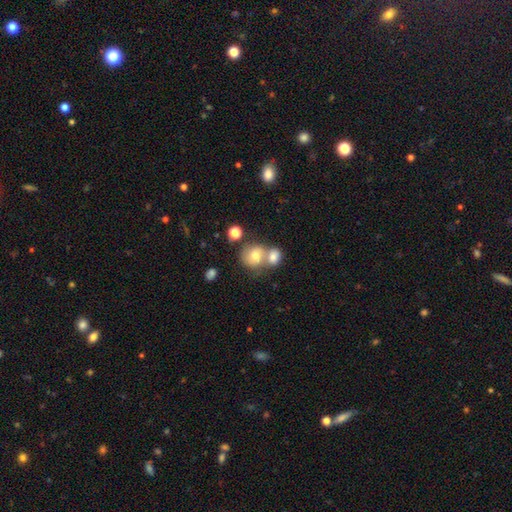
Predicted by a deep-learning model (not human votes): Overall: smooth (70%). How rounded: round (72%). Merging: merger (55%; none 32%).